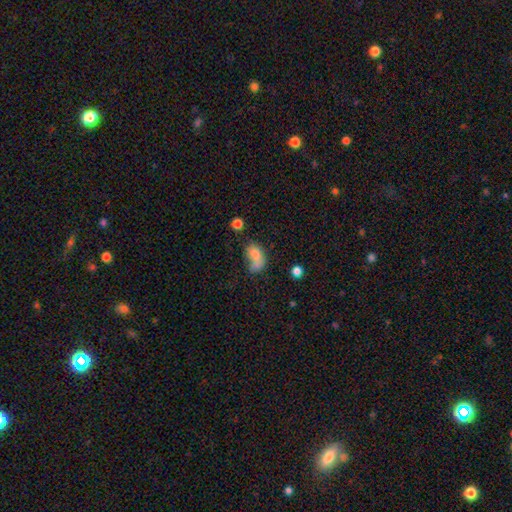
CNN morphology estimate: smooth-or-featured: smooth: 72% | featured or disk: 16% | star or artifact: 11%
  how-rounded: in between: 81% | round: 16% | cigar-shaped: 3%
  merging: merger: 32% | none: 26% | major disturbance: 24% | minor disturbance: 18%